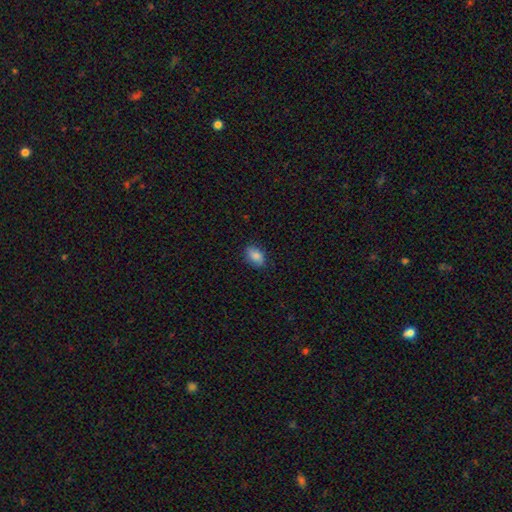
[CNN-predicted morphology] type=smooth (84%); roundness=in between (88%); merging=none (83%).